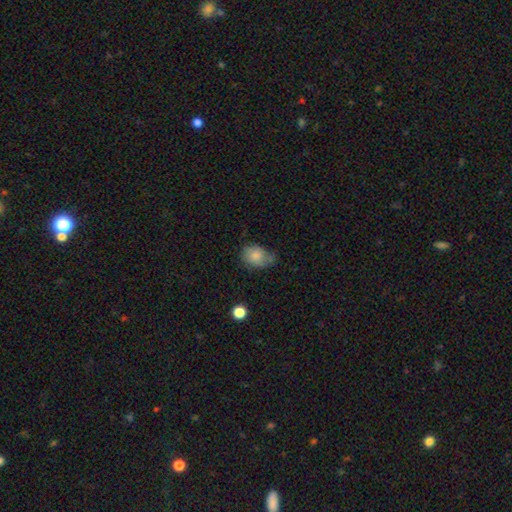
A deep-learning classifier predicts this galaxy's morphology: The model was most divided on "merging": none: 40%, minor disturbance: 38%, major disturbance: 18%, merger: 4%. More confident: smooth or featured — smooth (72%); how rounded — in between (62%).